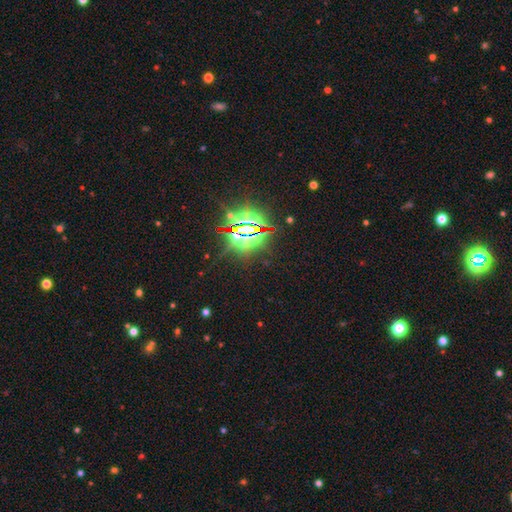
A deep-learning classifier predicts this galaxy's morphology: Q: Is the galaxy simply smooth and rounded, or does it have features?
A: star or artifact — 87%.